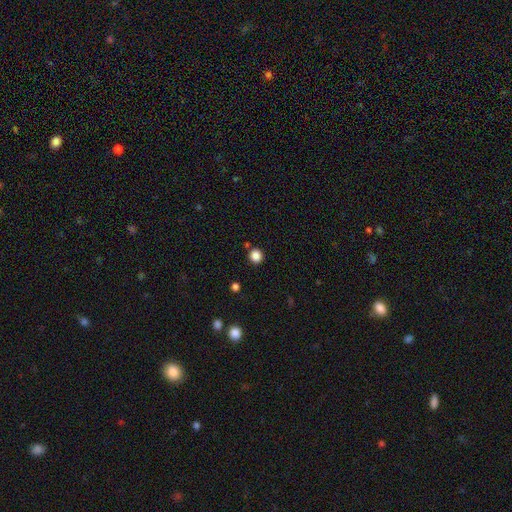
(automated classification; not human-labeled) Smooth or featured? Predicted: smooth (p=0.85). How rounded? Predicted: round (p=0.89). Merging? Predicted: none (p=0.87).